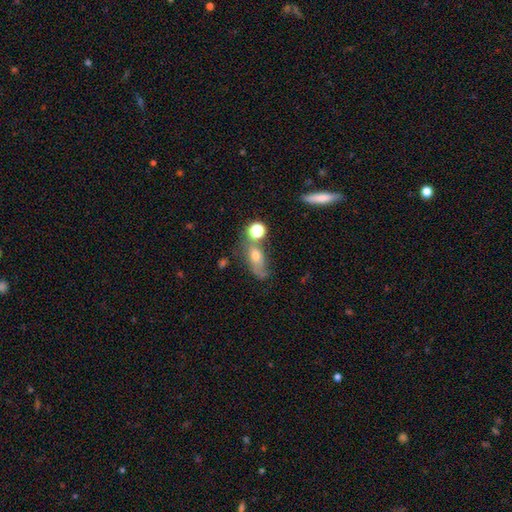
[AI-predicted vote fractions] Smooth or featured?
  - smooth: 56% *
  - featured or disk: 29%
  - star or artifact: 15%
How rounded?
  - in between: 68% *
  - round: 20%
  - cigar-shaped: 13%
Merging?
  - none: 38% *
  - minor disturbance: 23%
  - merger: 21%
  - major disturbance: 18%